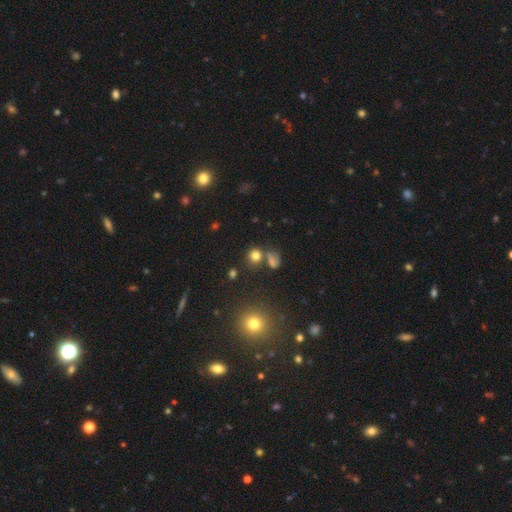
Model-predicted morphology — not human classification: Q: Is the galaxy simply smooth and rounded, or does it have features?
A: smooth — 76%.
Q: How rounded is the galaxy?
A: round — 83%.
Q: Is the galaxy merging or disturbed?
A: none — 67%.